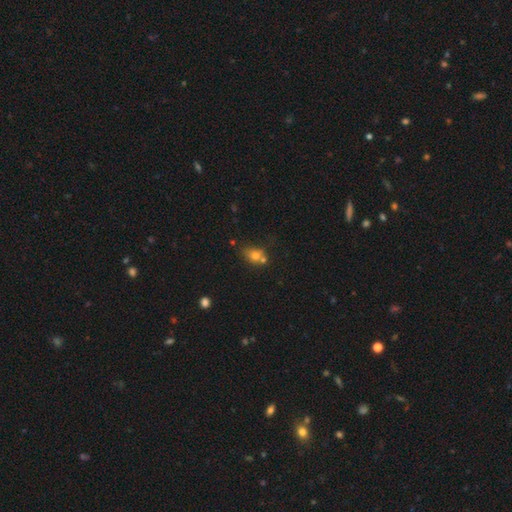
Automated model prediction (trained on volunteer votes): smooth-or-featured: smooth: 71% | featured or disk: 14% | star or artifact: 14%
  how-rounded: round: 51% | in between: 47% | cigar-shaped: 1%
  merging: none: 47% | merger: 33% | minor disturbance: 15% | major disturbance: 5%